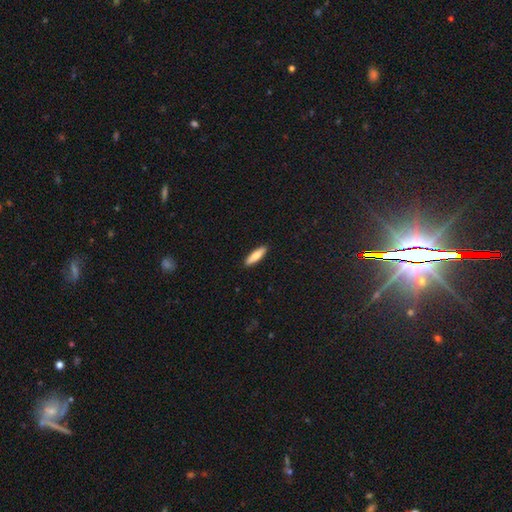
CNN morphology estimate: smooth 80%, featured or disk 15%, star or artifact 5%. Down the decision tree: how rounded — cigar-shaped (63%); merging — none (91%).